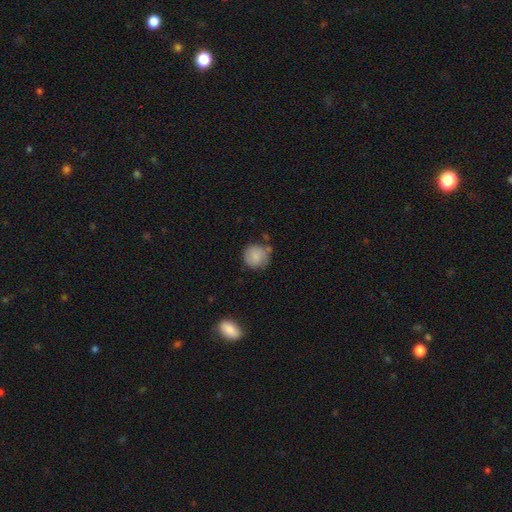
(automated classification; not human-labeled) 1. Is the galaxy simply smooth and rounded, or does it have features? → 84% smooth, 8% featured or disk, 8% star or artifact.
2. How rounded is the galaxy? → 92% round, 7% in between, 1% cigar-shaped.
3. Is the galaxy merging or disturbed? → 71% none, 18% minor disturbance, 7% merger, 4% major disturbance.